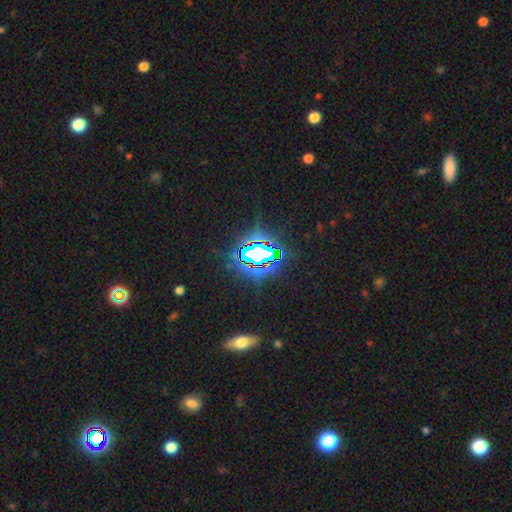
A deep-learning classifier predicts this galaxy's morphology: A star or artifact, not a galaxy (76%).

Vote fractions:
- Smooth or featured? star or artifact: 76% / smooth: 13% / featured or disk: 11%